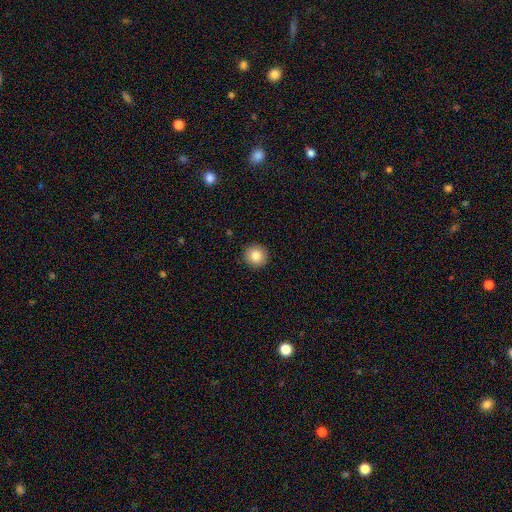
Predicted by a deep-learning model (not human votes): The model was most divided on "smooth or featured": smooth: 84%, star or artifact: 9%, featured or disk: 7%. More confident: how rounded — round (95%); merging — none (92%).